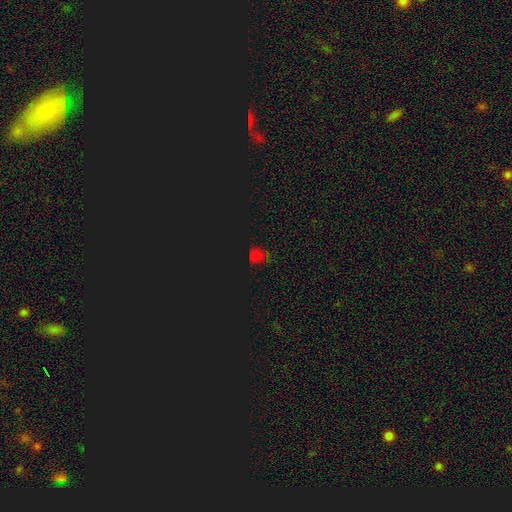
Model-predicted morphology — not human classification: Smooth or featured: star or artifact — 64% (smooth — 30%)